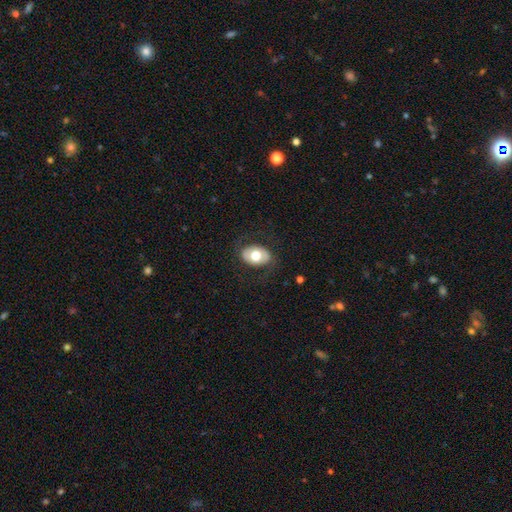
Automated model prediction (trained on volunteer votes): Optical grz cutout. It shows a smooth galaxy with no disk features (60%) that is in between round and cigar-shaped (81%). Merging: none (78%).